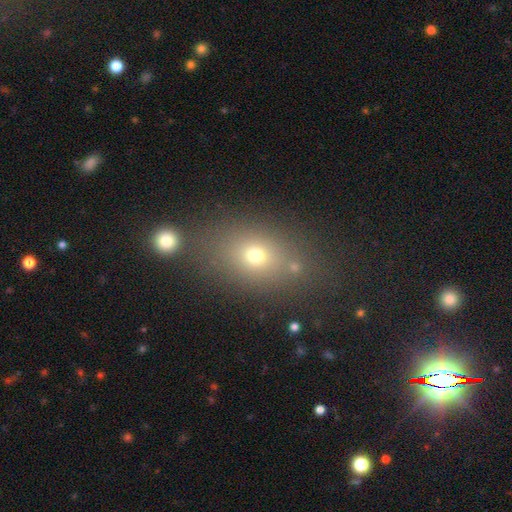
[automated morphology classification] Q: Smooth or featured?
A: smooth (67%); runner-up: star or artifact (19%)
Q: How rounded?
A: in between (62%); runner-up: round (34%)
Q: Merging?
A: none (68%); runner-up: minor disturbance (13%)